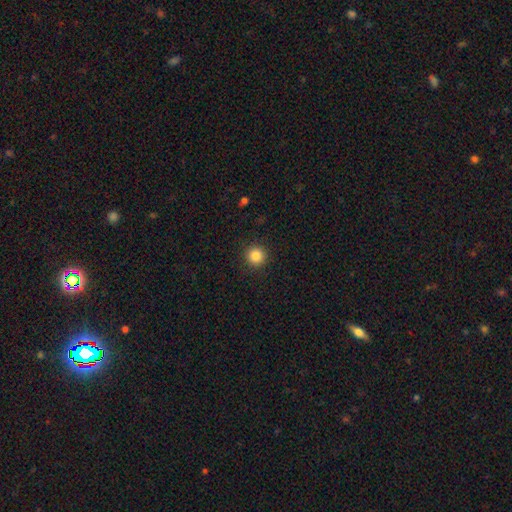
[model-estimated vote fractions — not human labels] Smooth or featured? smooth (84%)
How rounded? round (95%)
Merging? none (92%)